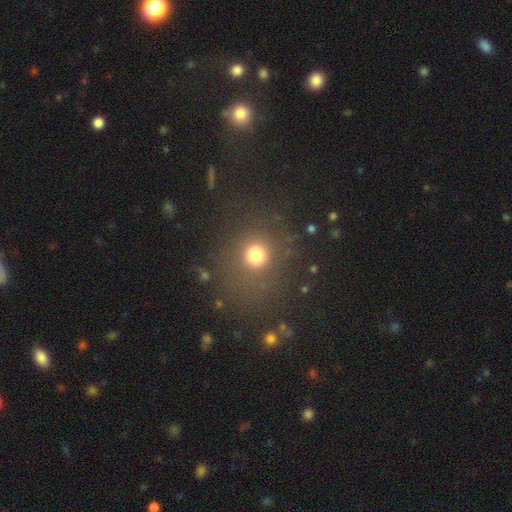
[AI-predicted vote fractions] Smooth or featured?
  - smooth: 74% *
  - star or artifact: 17%
  - featured or disk: 9%
How rounded?
  - round: 86% *
  - in between: 13%
  - cigar-shaped: 1%
Merging?
  - none: 77% *
  - minor disturbance: 11%
  - major disturbance: 8%
  - merger: 4%